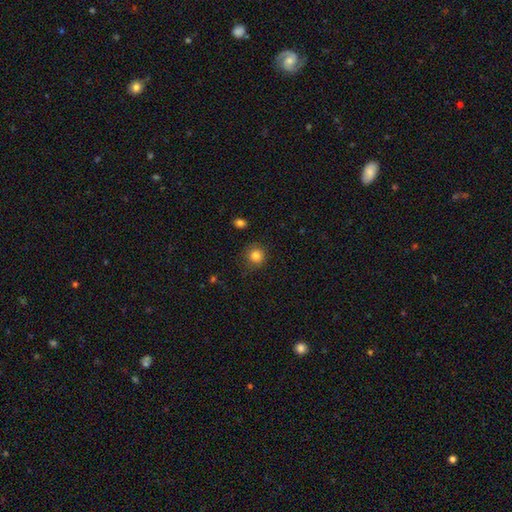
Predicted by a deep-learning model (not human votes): Smooth or featured?
  - smooth: 84% *
  - star or artifact: 11%
  - featured or disk: 5%
How rounded?
  - round: 92% *
  - in between: 7%
  - cigar-shaped: 1%
Merging?
  - none: 85% *
  - minor disturbance: 10%
  - major disturbance: 3%
  - merger: 1%